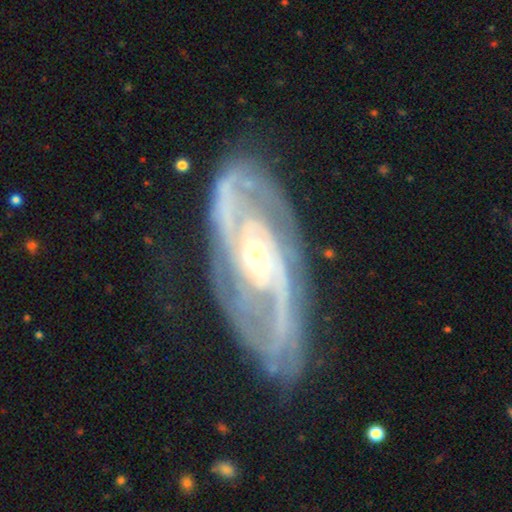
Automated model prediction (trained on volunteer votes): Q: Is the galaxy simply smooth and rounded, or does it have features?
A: featured or disk — 90%.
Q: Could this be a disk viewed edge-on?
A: no — 94%.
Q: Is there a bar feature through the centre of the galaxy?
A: no — 60%.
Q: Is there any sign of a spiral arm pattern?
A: yes — 97%.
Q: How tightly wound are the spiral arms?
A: tight — 48%.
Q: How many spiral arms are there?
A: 2 — 73%.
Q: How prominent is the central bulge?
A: small — 72%.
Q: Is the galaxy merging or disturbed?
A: none — 75%.